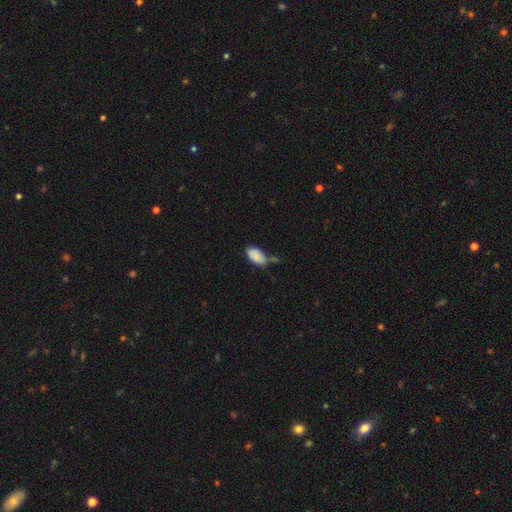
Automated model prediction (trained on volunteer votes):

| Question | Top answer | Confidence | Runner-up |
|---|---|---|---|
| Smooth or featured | smooth | 82% | featured or disk (10%) |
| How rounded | in between | 94% | round (4%) |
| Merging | none | 38% | minor disturbance (30%) |